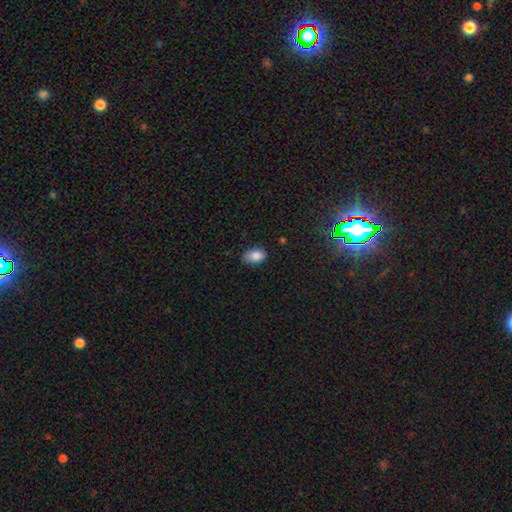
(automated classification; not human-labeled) smooth_or_featured: smooth (p=0.86) [alt: star or artifact p=0.08]
how_rounded: in between (p=0.88) [alt: round p=0.11]
merging: none (p=0.74) [alt: minor disturbance p=0.21]